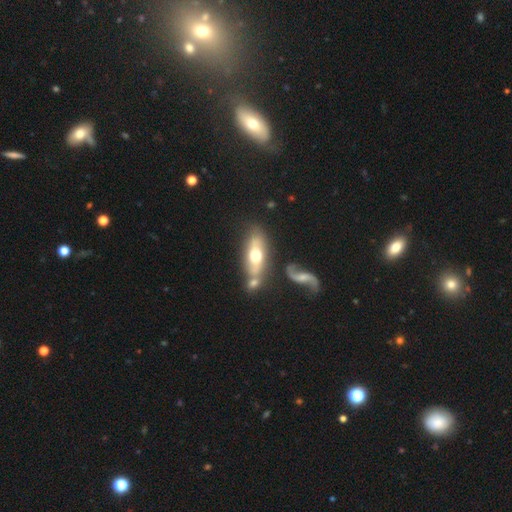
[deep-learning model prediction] A featured or disk galaxy (50%). Merging: none (54%).